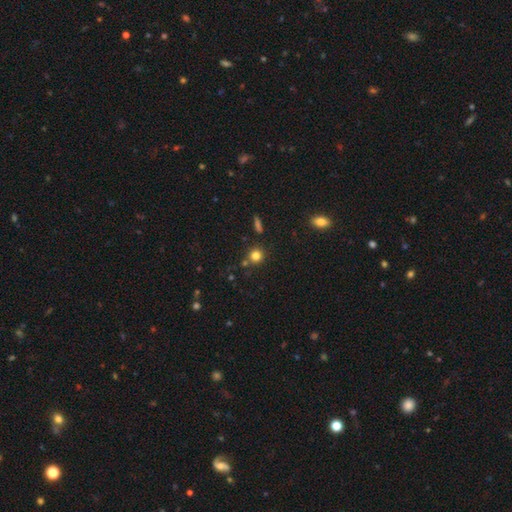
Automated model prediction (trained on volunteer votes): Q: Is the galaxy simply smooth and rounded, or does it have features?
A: smooth — 79%.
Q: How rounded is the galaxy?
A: round — 89%.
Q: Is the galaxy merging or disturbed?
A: none — 79%.